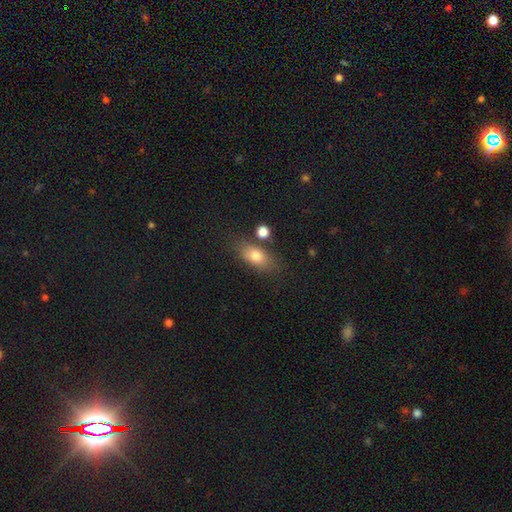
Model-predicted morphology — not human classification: Q: Smooth or featured?
A: smooth (77%); runner-up: featured or disk (13%)
Q: How rounded?
A: in between (79%); runner-up: round (13%)
Q: Merging?
A: none (69%); runner-up: minor disturbance (16%)